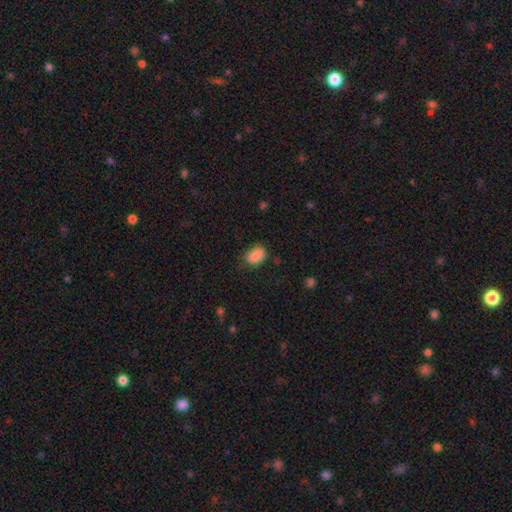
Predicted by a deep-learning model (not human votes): Morphology: type=smooth (85%); roundness=in between (79%); merging=none (68%).